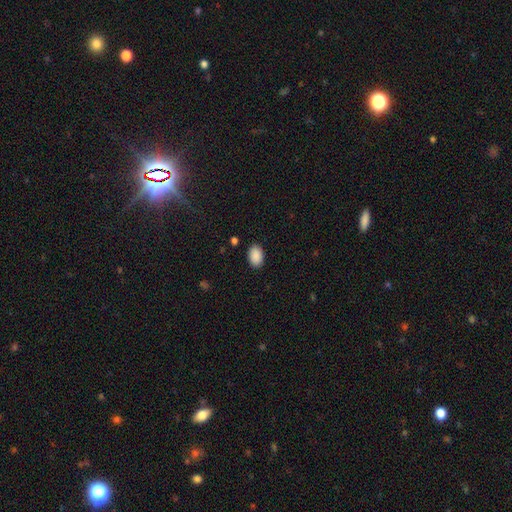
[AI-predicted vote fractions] Smooth or featured?
  - smooth: 90% *
  - star or artifact: 7%
  - featured or disk: 3%
How rounded?
  - in between: 87% *
  - round: 12%
  - cigar-shaped: 1%
Merging?
  - none: 88% *
  - minor disturbance: 8%
  - major disturbance: 2%
  - merger: 1%